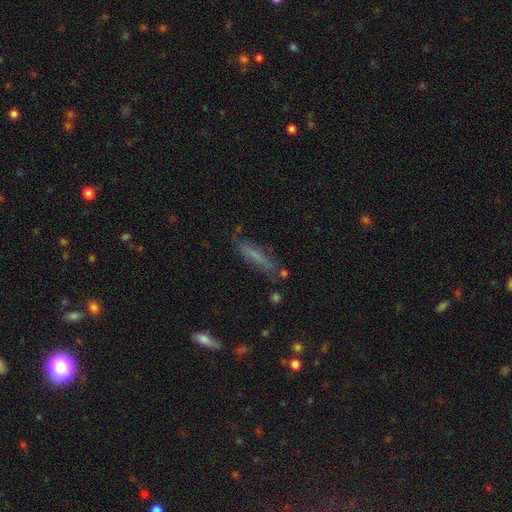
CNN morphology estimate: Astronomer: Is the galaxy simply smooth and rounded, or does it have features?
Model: smooth — 61%.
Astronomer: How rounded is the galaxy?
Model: cigar-shaped — 86%.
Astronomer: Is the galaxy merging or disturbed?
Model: none — 70%.